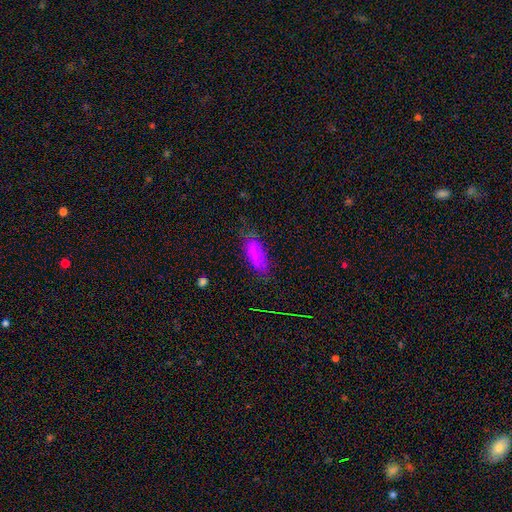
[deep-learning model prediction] Smooth or featured: smooth — 81% (featured or disk — 10%)
How rounded: in between — 64% (cigar-shaped — 34%)
Merging: none — 71% (minor disturbance — 21%)